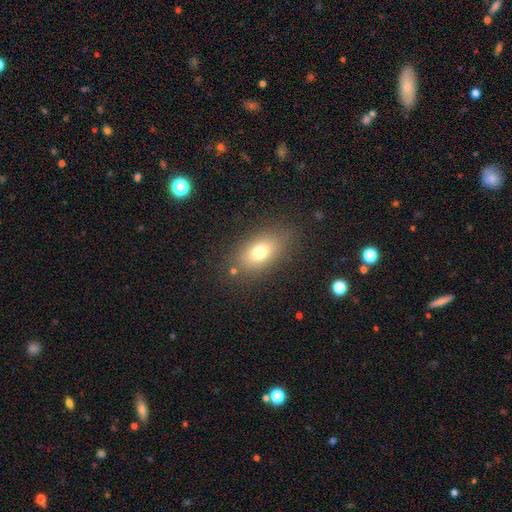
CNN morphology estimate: A smooth galaxy with no disk features (66%) that is in between round and cigar-shaped (83%).

Vote fractions:
- Smooth or featured? smooth: 66% / star or artifact: 20% / featured or disk: 13%
- How rounded? in between: 83% / round: 13% / cigar-shaped: 4%
- Merging? none: 88% / minor disturbance: 8% / major disturbance: 3% / merger: 2%